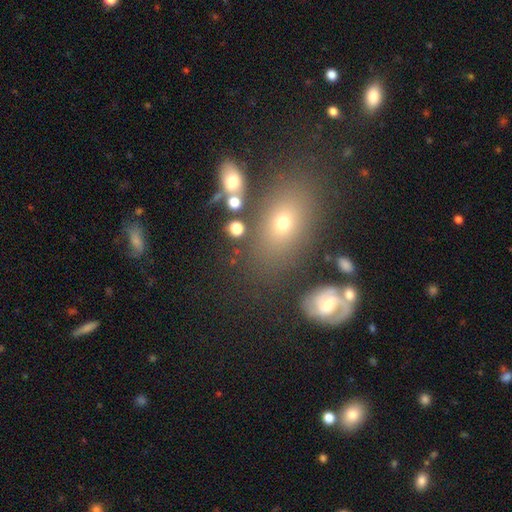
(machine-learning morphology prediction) smooth 53%, star or artifact 28%, featured or disk 20%. Down the decision tree: how rounded — in between (71%); merging — none (76%).